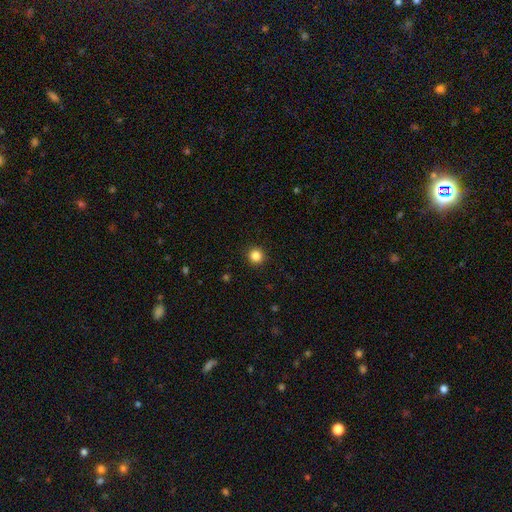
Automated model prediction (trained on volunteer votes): Smooth or featured?
  - smooth: 85% *
  - star or artifact: 11%
  - featured or disk: 4%
How rounded?
  - round: 95% *
  - in between: 4%
  - cigar-shaped: 1%
Merging?
  - none: 93% *
  - minor disturbance: 5%
  - major disturbance: 2%
  - merger: 1%